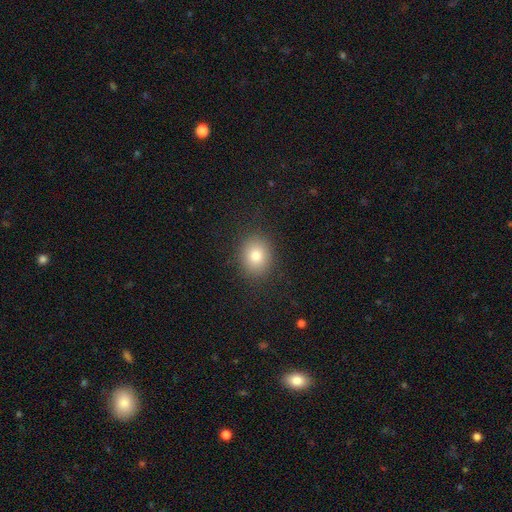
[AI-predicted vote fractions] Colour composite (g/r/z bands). It shows a smooth galaxy with no disk features (81%) that is round (63%). Merging: none (87%).